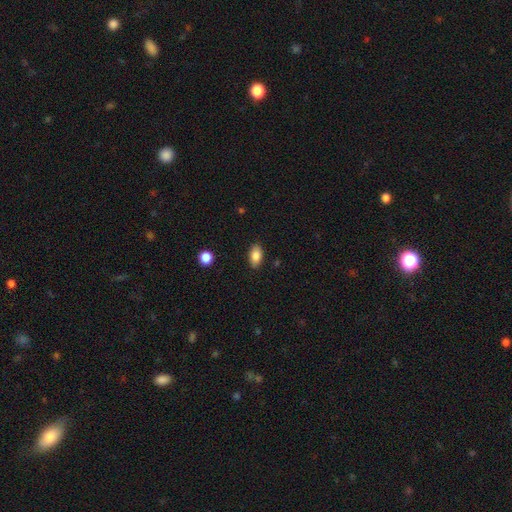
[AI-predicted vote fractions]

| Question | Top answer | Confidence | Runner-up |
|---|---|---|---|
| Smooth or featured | smooth | 85% | star or artifact (8%) |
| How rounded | in between | 91% | round (7%) |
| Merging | none | 87% | minor disturbance (10%) |